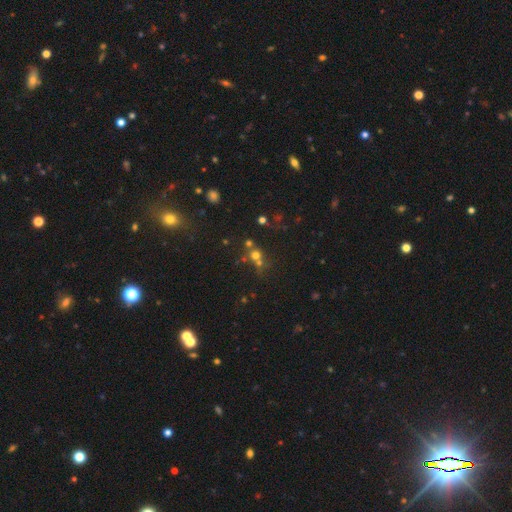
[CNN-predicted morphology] A smooth galaxy with no disk features (54%) that is round (86%).

Vote fractions:
- Smooth or featured? smooth: 54% / star or artifact: 31% / featured or disk: 15%
- How rounded? round: 86% / in between: 13% / cigar-shaped: 1%
- Merging? none: 50% / merger: 37% / minor disturbance: 8% / major disturbance: 5%